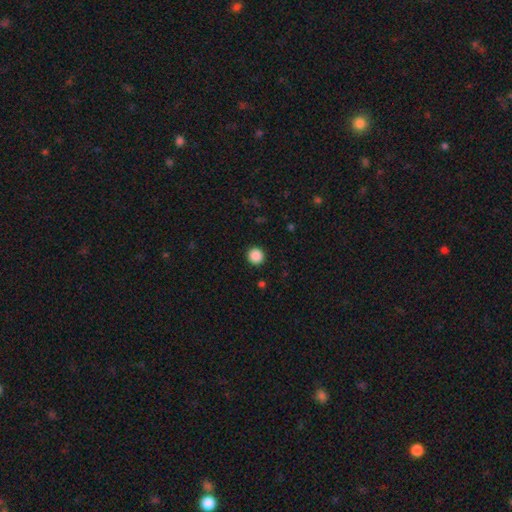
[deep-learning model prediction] Smooth or featured? Predicted: smooth (p=0.88). How rounded? Predicted: round (p=0.95). Merging? Predicted: none (p=0.93).